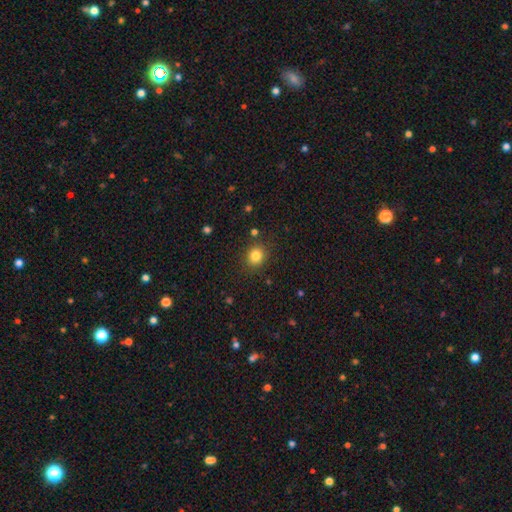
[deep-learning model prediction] Overall: smooth (83%). How rounded: round (75%). Merging: none (85%).